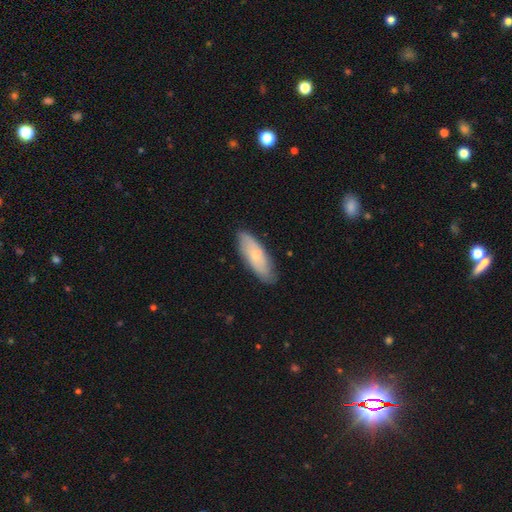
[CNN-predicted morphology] Overall: smooth (65%; featured or disk 29%). How rounded: in between (62%; cigar-shaped 36%). Merging: none (81%).